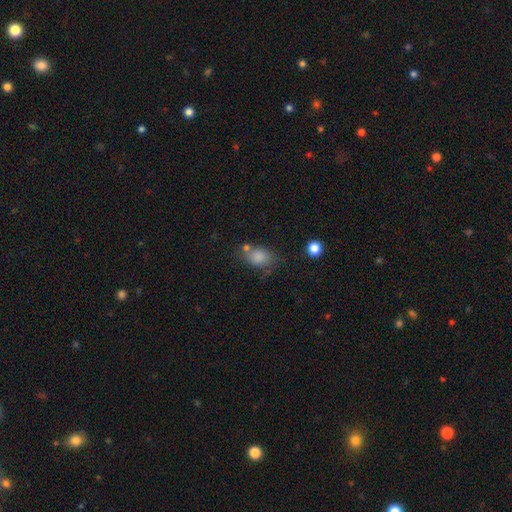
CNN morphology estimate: smooth-or-featured: smooth: 75% | star or artifact: 14% | featured or disk: 10%
  how-rounded: in between: 69% | round: 28% | cigar-shaped: 3%
  merging: none: 59% | minor disturbance: 21% | merger: 12% | major disturbance: 8%